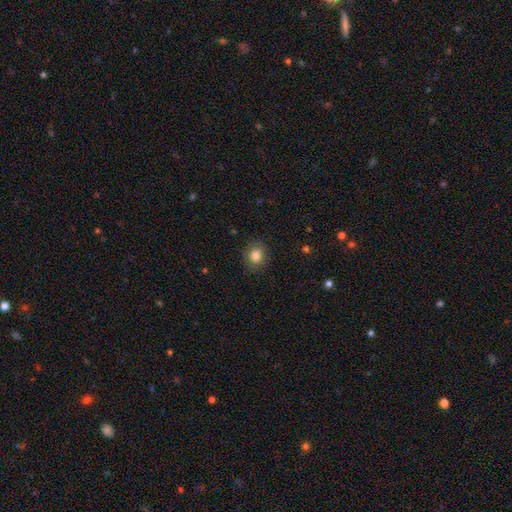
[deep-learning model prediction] Smooth or featured? Predicted: smooth (p=0.84). How rounded? Predicted: round (p=0.75). Merging? Predicted: none (p=0.87).